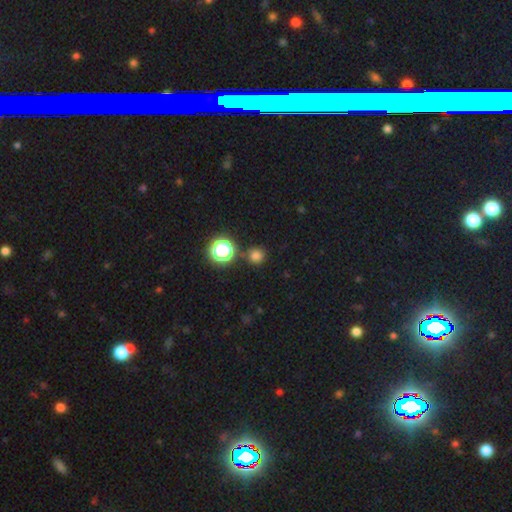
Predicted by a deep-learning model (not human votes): A smooth galaxy with no disk features (76%) that is round (94%). Merging: none (83%).